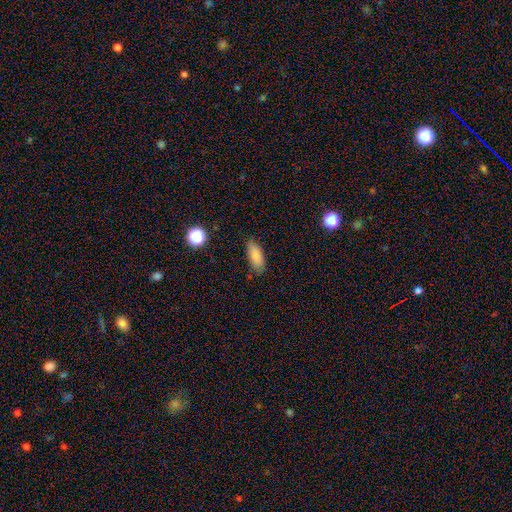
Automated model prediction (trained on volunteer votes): The model was most divided on "merging": none: 79%, minor disturbance: 16%, major disturbance: 3%, merger: 2%. More confident: smooth or featured — smooth (84%); how rounded — in between (81%).